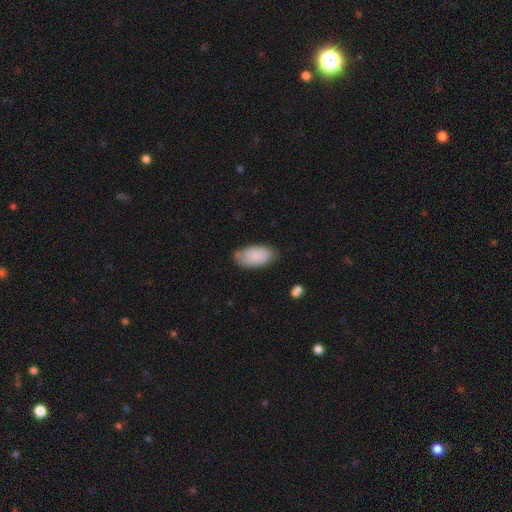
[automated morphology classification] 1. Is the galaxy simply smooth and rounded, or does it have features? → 86% smooth, 8% featured or disk, 6% star or artifact.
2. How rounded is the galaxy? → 94% in between, 3% cigar-shaped, 2% round.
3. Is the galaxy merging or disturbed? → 71% none, 23% minor disturbance, 4% major disturbance, 2% merger.